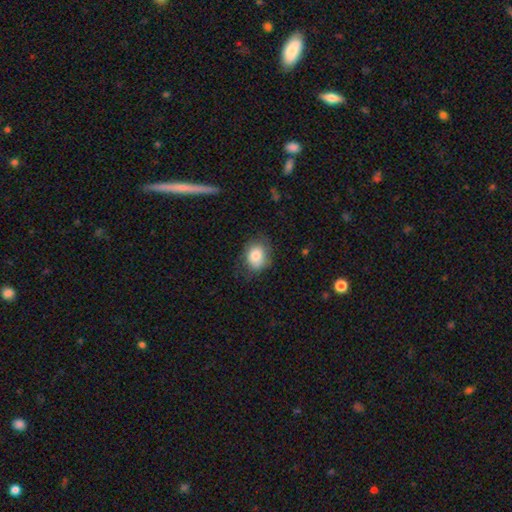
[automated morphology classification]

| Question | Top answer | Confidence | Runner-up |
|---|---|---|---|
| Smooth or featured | smooth | 82% | featured or disk (10%) |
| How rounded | in between | 54% | round (45%) |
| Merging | none | 68% | minor disturbance (23%) |